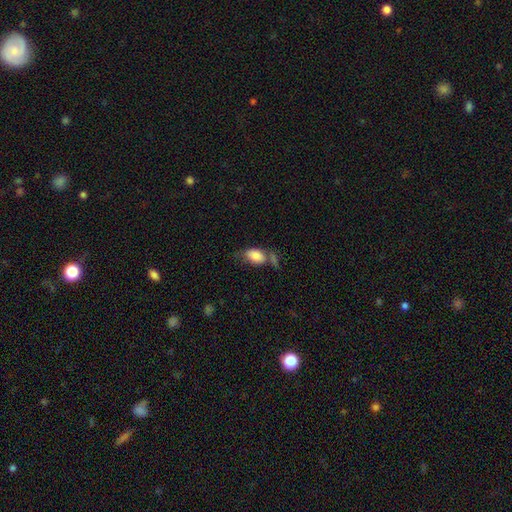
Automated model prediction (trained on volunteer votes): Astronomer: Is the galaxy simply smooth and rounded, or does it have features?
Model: smooth — 81%.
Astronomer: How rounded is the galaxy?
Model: in between — 91%.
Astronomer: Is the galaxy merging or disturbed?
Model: none — 37% (runner-up: merger, 26%).